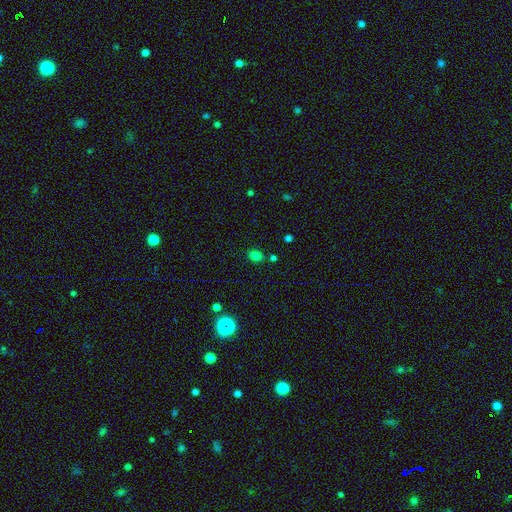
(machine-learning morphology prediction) type=smooth (76%); roundness=in between (52%); merging=none (80%).